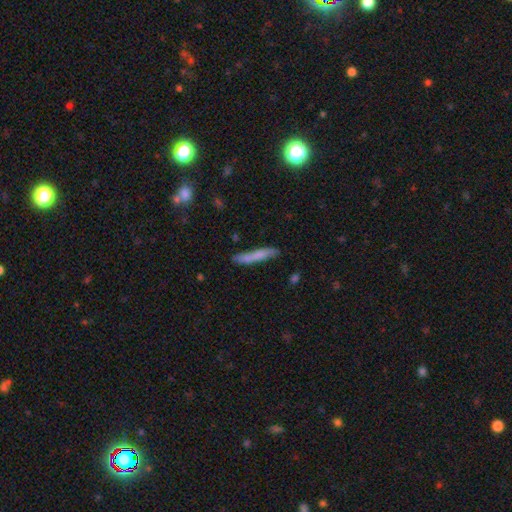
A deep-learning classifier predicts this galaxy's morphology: This is likely a smooth galaxy (68%). How rounded: clearly cigar-shaped (93%). Merging: likely none (75%).